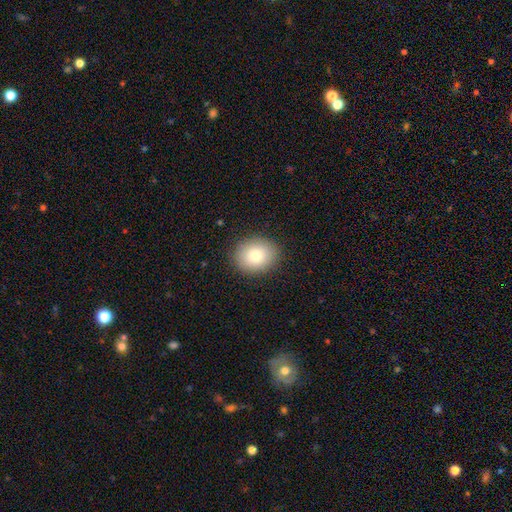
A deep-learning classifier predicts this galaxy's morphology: smooth_or_featured: smooth (p=0.81) [alt: featured or disk p=0.10]
how_rounded: round (p=0.61) [alt: in between p=0.38]
merging: none (p=0.88) [alt: minor disturbance p=0.08]